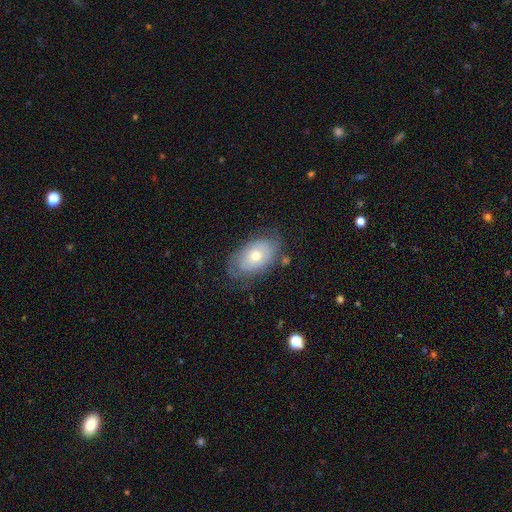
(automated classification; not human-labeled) This appears to be a smooth galaxy with no disk features (47%). Merging: none (68%).